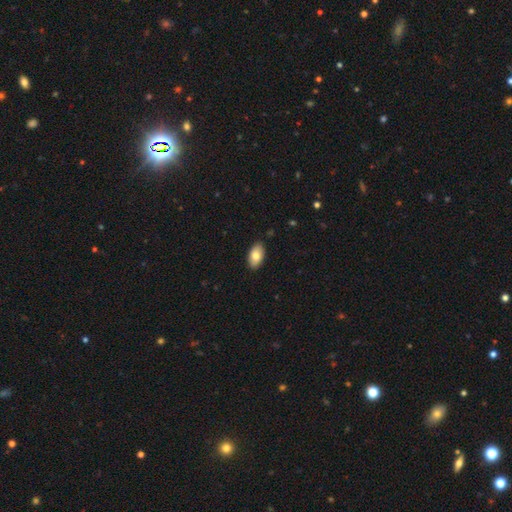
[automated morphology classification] Overall: smooth (79%). How rounded: in between (94%). Merging: none (89%).